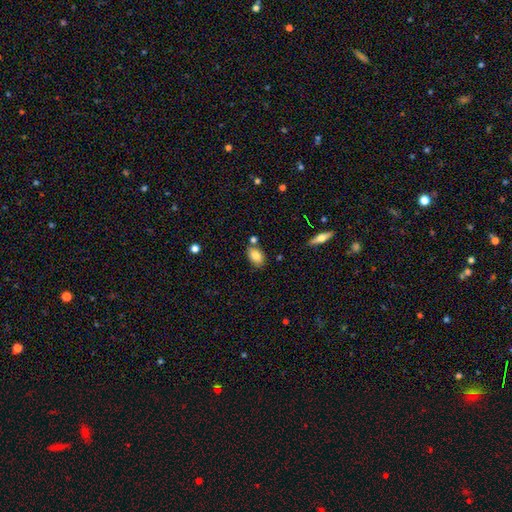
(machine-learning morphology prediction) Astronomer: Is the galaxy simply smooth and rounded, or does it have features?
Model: smooth — 82%.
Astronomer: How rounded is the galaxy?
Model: in between — 88%.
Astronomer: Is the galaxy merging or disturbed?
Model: none — 73%.